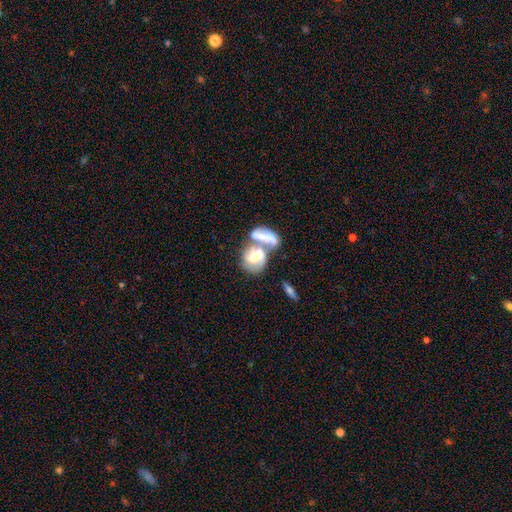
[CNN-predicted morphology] This is possibly a featured or disk galaxy (52%). It is clearly not viewed edge-on (95%). Merging: likely merger (71%).